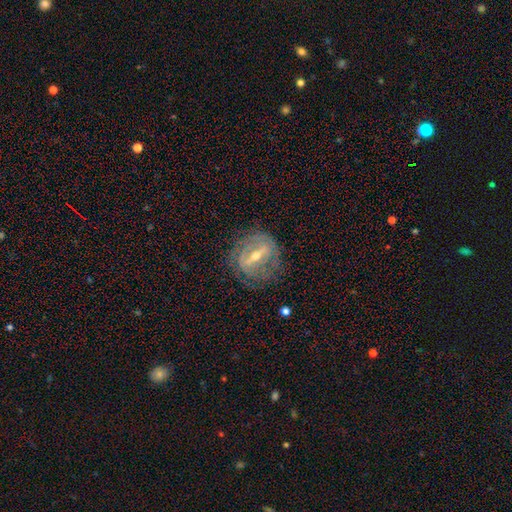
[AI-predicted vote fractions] Smooth or featured: featured or disk — 78% (smooth — 14%)
Edge-on disk: no — 85% (yes — 15%)
Bar: strong — 67% (weak — 25%)
Spiral arms: yes — 57% (no — 43%)
Bulge size: moderate — 57% (small — 39%)
Merging: none — 72% (minor disturbance — 17%)